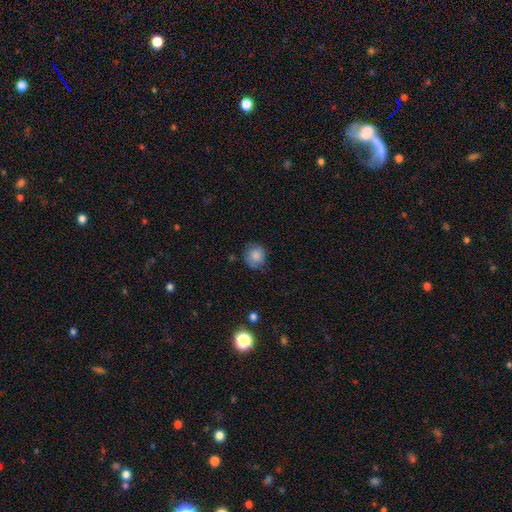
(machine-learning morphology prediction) type=smooth (81%); roundness=round (82%); merging=none (73%).